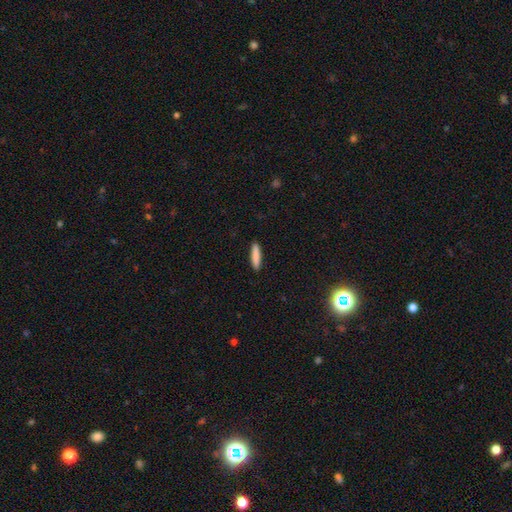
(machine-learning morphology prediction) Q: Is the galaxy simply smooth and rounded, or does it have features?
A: smooth — 86%.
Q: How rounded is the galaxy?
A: cigar-shaped — 87%.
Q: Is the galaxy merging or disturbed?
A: none — 91%.